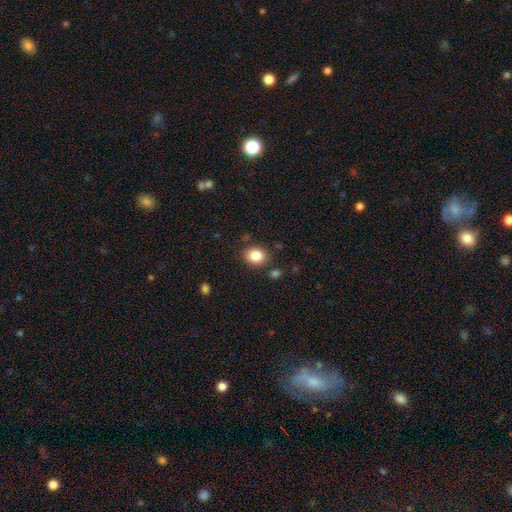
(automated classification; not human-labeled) smooth_or_featured: smooth (p=0.85) [alt: star or artifact p=0.09]
how_rounded: round (p=0.57) [alt: in between p=0.42]
merging: none (p=0.84) [alt: minor disturbance p=0.10]